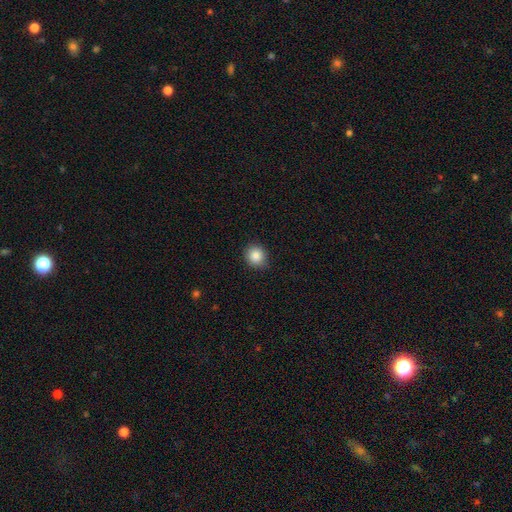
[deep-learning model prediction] smooth 87%, star or artifact 9%, featured or disk 4%. Down the decision tree: how rounded — round (85%); merging — none (86%).